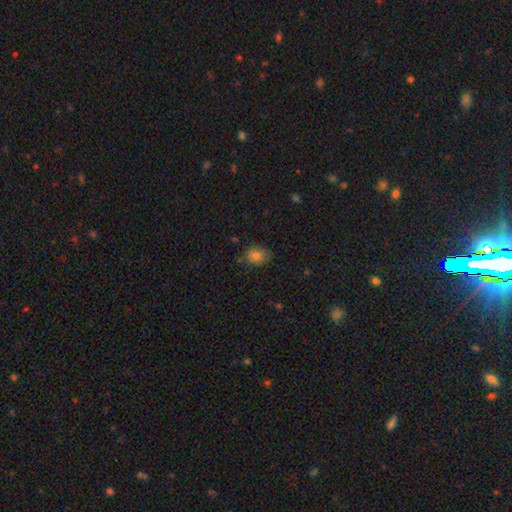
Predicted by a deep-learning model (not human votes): A smooth galaxy with no disk features (80%) that is round (54%). Merging: none (75%).